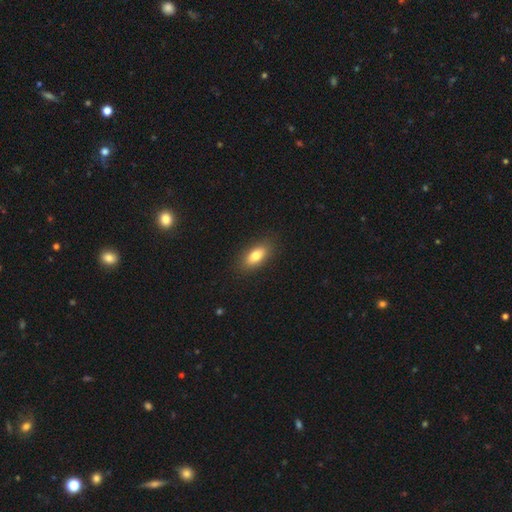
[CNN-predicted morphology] This is likely a smooth galaxy (79%). How rounded: clearly in between (86%). Merging: clearly none (88%).